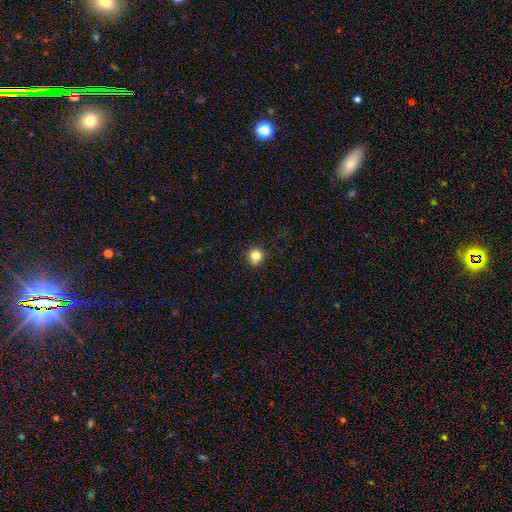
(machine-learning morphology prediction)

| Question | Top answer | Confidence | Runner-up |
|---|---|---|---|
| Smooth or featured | smooth | 82% | star or artifact (12%) |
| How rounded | round | 93% | in between (6%) |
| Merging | none | 88% | minor disturbance (8%) |